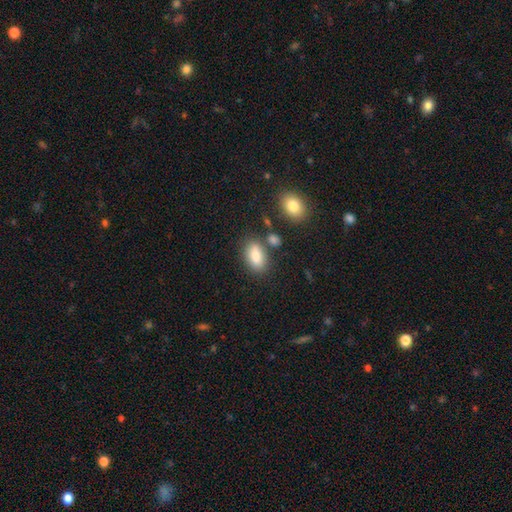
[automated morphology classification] This is clearly a smooth galaxy (84%). How rounded: clearly in between (89%). Merging: likely none (72%).